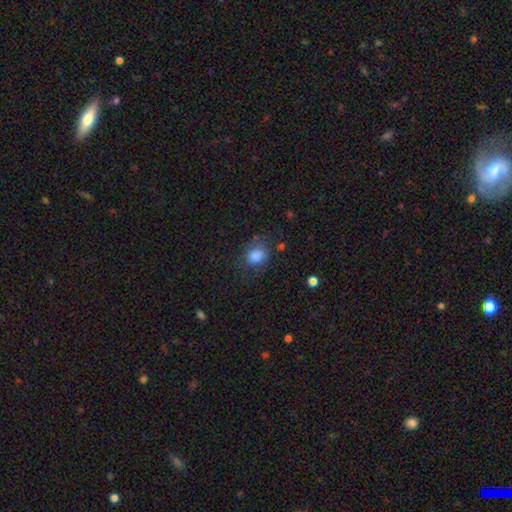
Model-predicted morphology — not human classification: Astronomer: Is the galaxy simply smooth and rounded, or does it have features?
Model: smooth — 82%.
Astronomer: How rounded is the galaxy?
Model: in between — 50% (runner-up: round, 49%).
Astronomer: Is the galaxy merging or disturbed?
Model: none — 63%.